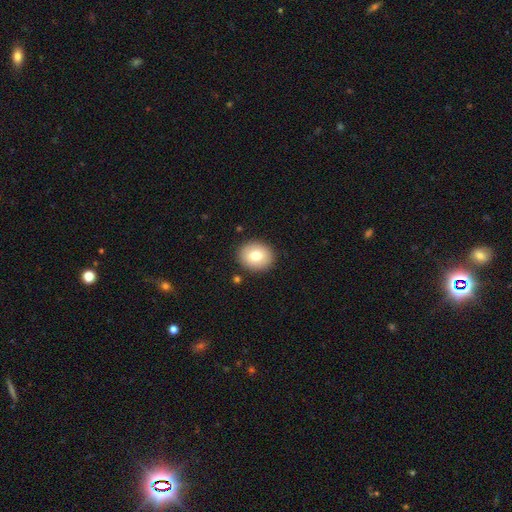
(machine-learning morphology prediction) smooth-or-featured: smooth: 79% | featured or disk: 13% | star or artifact: 8%
  how-rounded: round: 65% | in between: 35% | cigar-shaped: 1%
  merging: none: 89% | minor disturbance: 8% | major disturbance: 2% | merger: 2%